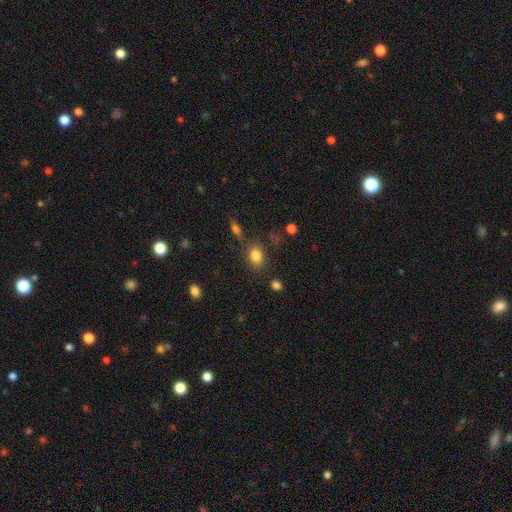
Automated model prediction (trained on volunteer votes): Morphology: type=smooth (83%); roundness=in between (66%); merging=none (75%).